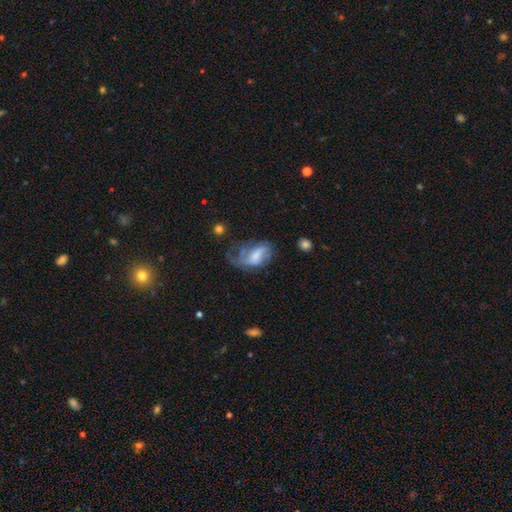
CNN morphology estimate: A featured or disk galaxy (51%). Merging: major disturbance (39%).